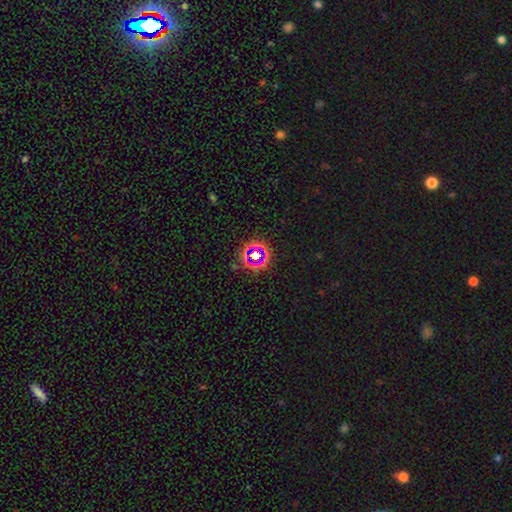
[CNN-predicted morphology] smooth-or-featured: star or artifact: 66% | smooth: 23% | featured or disk: 11%